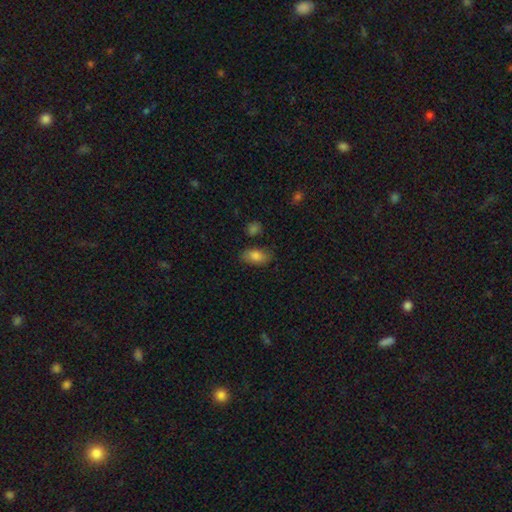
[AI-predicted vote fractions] A smooth galaxy with no disk features (82%) that is in between round and cigar-shaped (91%).

Vote fractions:
- Smooth or featured? smooth: 82% / featured or disk: 10% / star or artifact: 8%
- How rounded? in between: 91% / round: 6% / cigar-shaped: 3%
- Merging? none: 78% / minor disturbance: 15% / major disturbance: 4% / merger: 3%